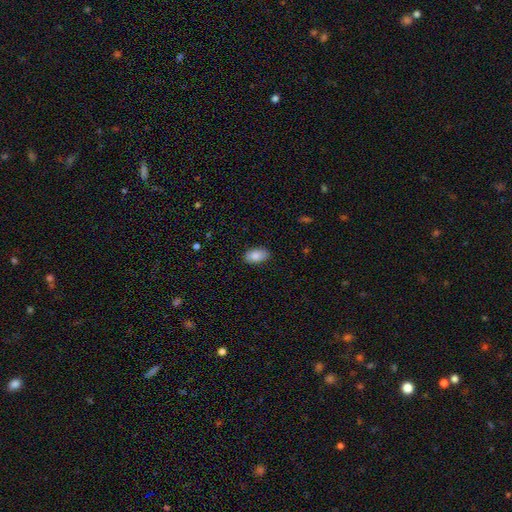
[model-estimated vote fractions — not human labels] Smooth or featured? smooth (86%)
How rounded? in between (93%)
Merging? none (86%)